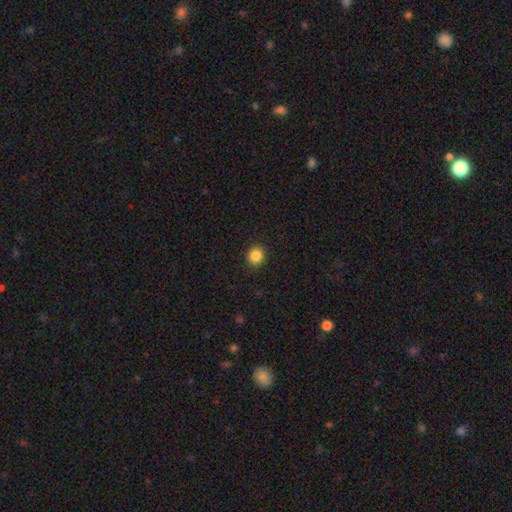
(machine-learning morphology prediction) type=smooth (86%); roundness=round (81%); merging=none (91%).